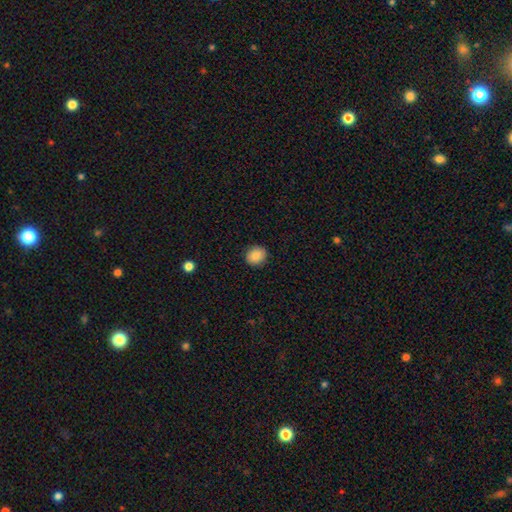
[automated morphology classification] This is clearly a smooth galaxy (86%). How rounded: likely round (76%). Merging: clearly none (91%).